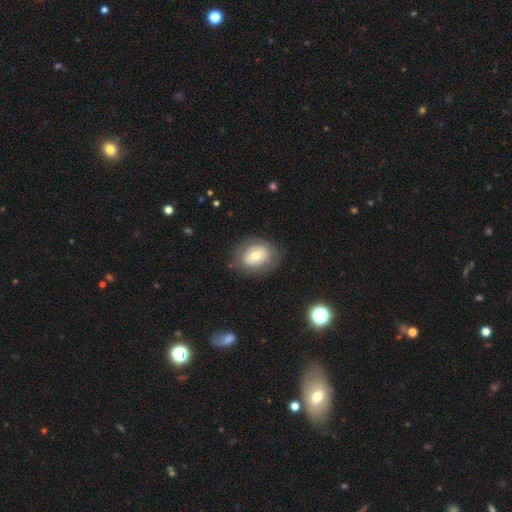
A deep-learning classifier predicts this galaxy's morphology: A smooth galaxy with no disk features (61%) that is in between round and cigar-shaped (57%). Merging: none (78%).